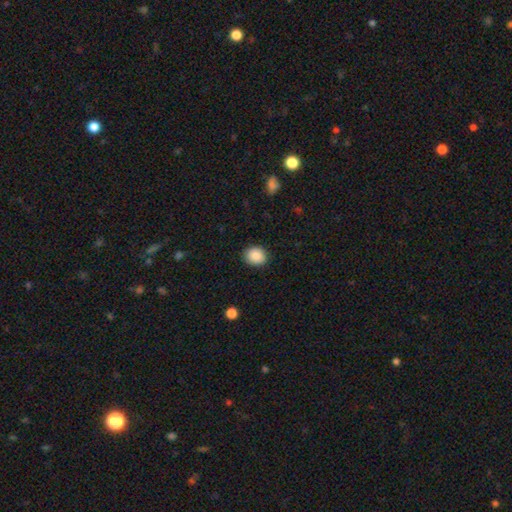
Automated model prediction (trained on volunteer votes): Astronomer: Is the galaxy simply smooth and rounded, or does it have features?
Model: smooth — 89%.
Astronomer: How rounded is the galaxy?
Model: round — 62%.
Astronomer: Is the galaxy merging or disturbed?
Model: none — 89%.